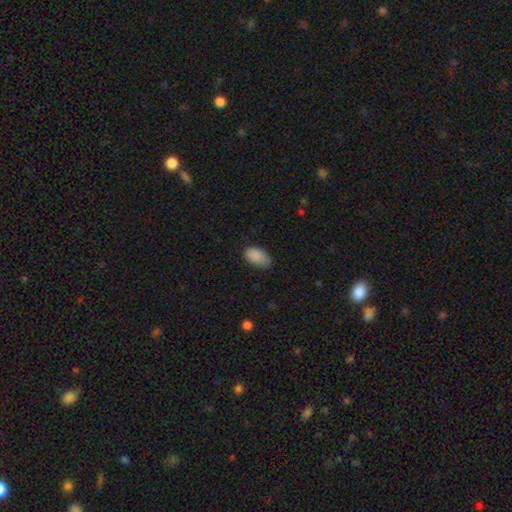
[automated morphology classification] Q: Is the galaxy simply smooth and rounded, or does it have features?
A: smooth — 88%.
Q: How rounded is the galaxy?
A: in between — 93%.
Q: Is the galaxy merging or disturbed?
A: none — 66%.